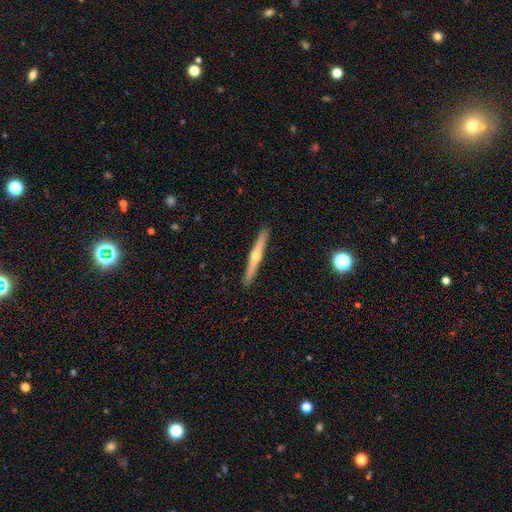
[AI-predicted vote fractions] A featured or disk galaxy (68%) viewed edge-on (97%) with a rounded central bulge (91%). Merging: none (92%).